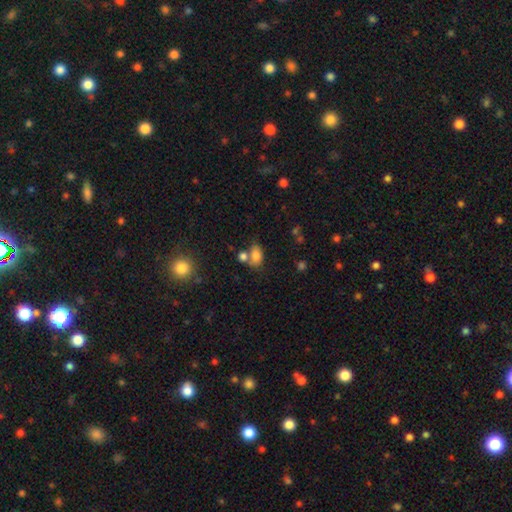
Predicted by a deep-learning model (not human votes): Q: Smooth or featured?
A: smooth (80%); runner-up: star or artifact (10%)
Q: How rounded?
A: in between (85%); runner-up: round (14%)
Q: Merging?
A: none (45%); runner-up: merger (33%)